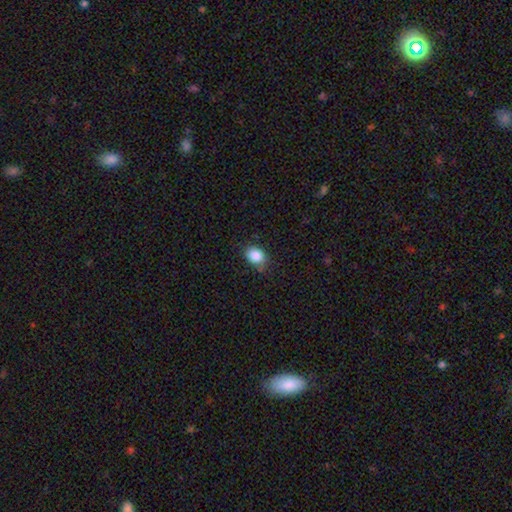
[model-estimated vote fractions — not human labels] This appears to be a smooth galaxy with no disk features (86%) that is in between round and cigar-shaped (58%). Merging: none (79%).